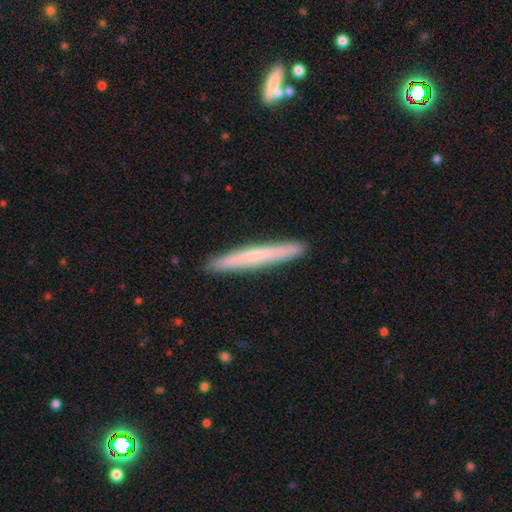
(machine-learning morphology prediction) Q: Smooth or featured?
A: smooth (58%); runner-up: featured or disk (35%)
Q: How rounded?
A: cigar-shaped (97%); runner-up: in between (2%)
Q: Merging?
A: none (91%); runner-up: minor disturbance (7%)